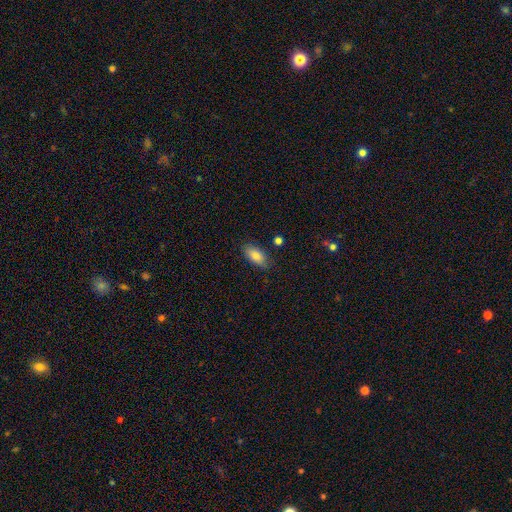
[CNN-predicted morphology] This appears to be a smooth galaxy with no disk features (83%) that is in between round and cigar-shaped (88%). Merging: none (81%).